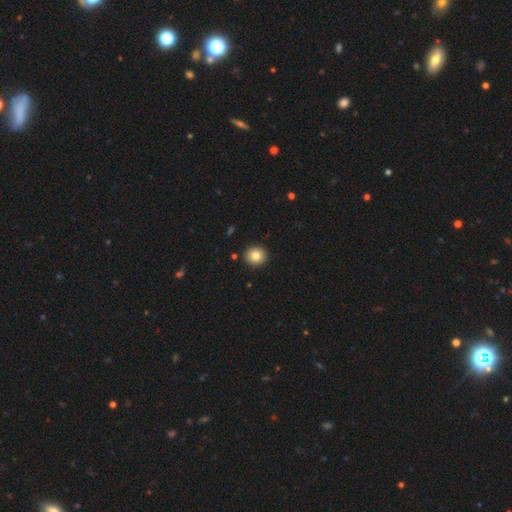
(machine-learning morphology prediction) type=smooth (82%); roundness=round (90%); merging=none (92%).